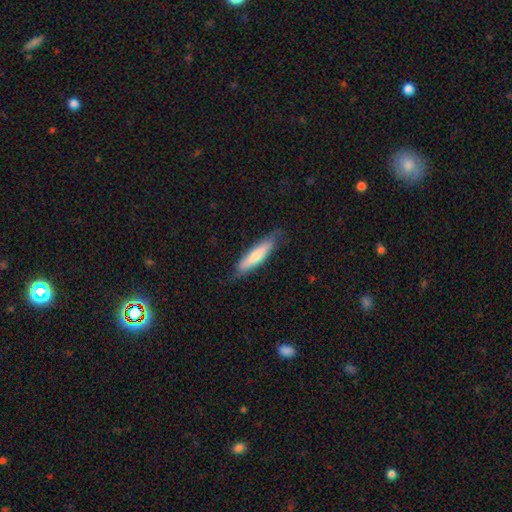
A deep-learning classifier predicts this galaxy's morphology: A smooth galaxy with no disk features (62%) that is cigar-shaped (79%). Merging: none (77%).